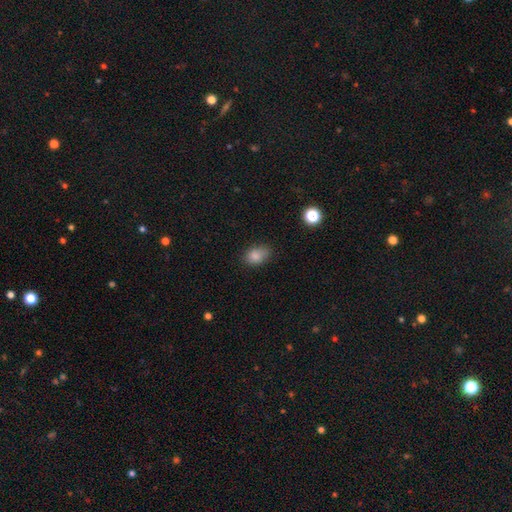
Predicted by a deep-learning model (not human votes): This appears to be a smooth galaxy with no disk features (84%) that is in between round and cigar-shaped (79%). Merging: none (72%).